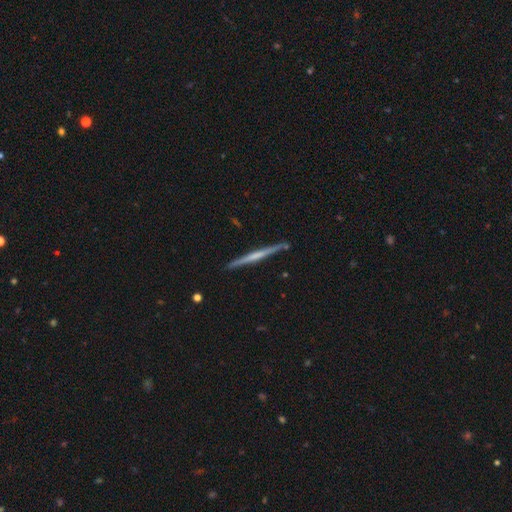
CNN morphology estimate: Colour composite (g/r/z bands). It shows a featured or disk galaxy (66%) viewed edge-on (98%) with no central bulge (58%). Merging: none (90%).